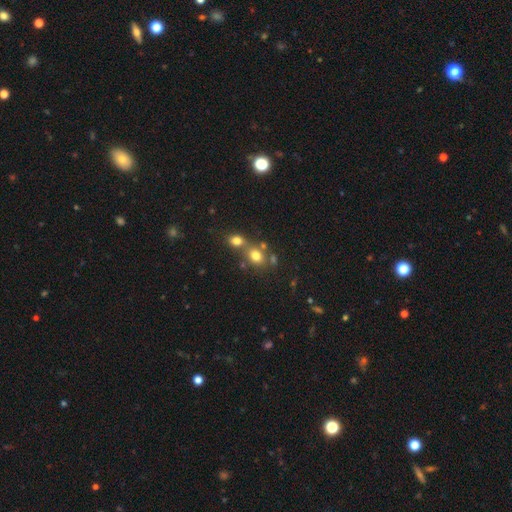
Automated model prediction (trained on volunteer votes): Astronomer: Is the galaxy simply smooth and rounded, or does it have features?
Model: smooth — 75%.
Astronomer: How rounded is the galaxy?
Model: round — 53% (runner-up: in between, 46%).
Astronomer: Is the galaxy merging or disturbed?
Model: merger — 44% (runner-up: none, 43%).